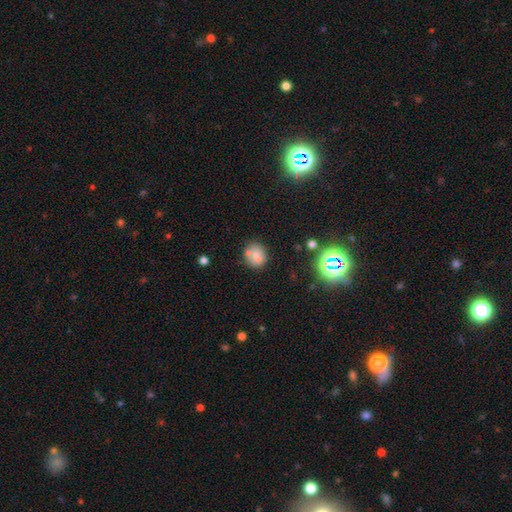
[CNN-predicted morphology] Smooth or featured? smooth (74%)
How rounded? round (70%)
Merging? none (63%)